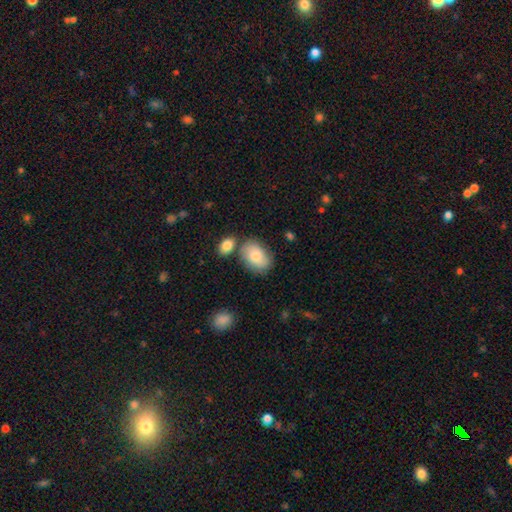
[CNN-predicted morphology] This is likely a smooth galaxy (75%). How rounded: clearly in between (84%). Merging: likely none (61%).